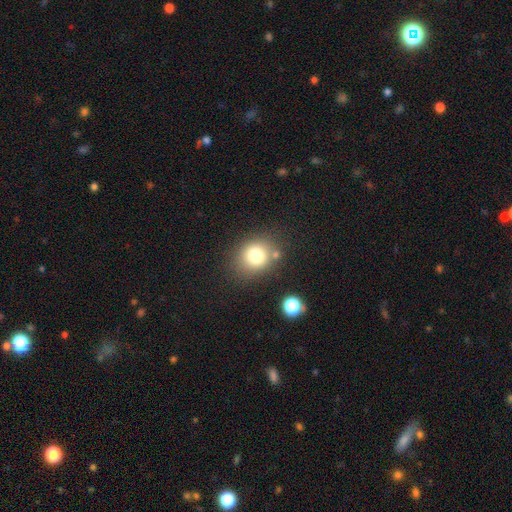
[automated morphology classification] Overall: smooth (78%). How rounded: round (67%; in between 32%). Merging: none (73%).